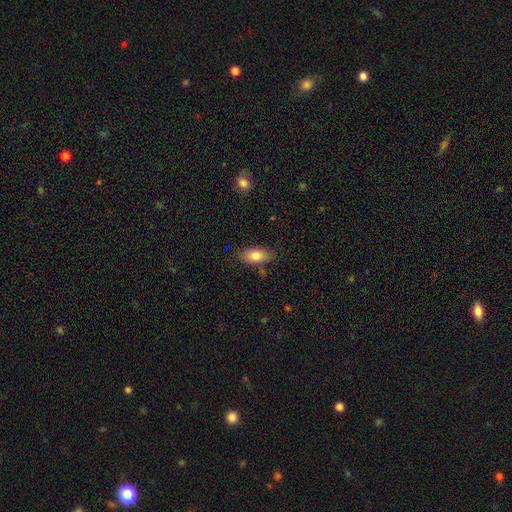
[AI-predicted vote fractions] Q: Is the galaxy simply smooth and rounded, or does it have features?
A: smooth — 81%.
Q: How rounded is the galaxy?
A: in between — 87%.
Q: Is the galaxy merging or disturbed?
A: none — 79%.